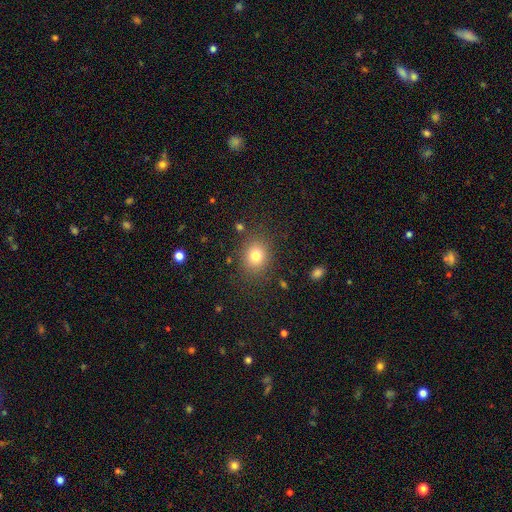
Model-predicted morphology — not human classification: Smooth or featured?
  - smooth: 79% *
  - star or artifact: 13%
  - featured or disk: 9%
How rounded?
  - round: 60% *
  - in between: 39%
  - cigar-shaped: 1%
Merging?
  - none: 84% *
  - minor disturbance: 10%
  - major disturbance: 4%
  - merger: 2%